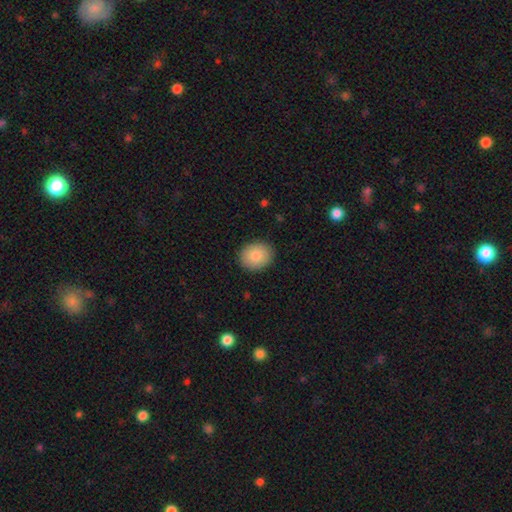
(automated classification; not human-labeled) A smooth galaxy with no disk features (84%) that is round (55%). Merging: none (89%).